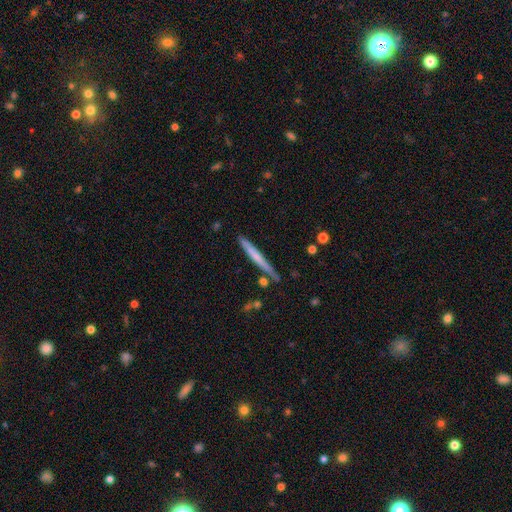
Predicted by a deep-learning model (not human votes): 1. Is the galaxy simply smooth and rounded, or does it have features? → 49% smooth, 45% featured or disk, 6% star or artifact.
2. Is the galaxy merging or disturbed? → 82% none, 12% minor disturbance, 4% merger, 2% major disturbance.